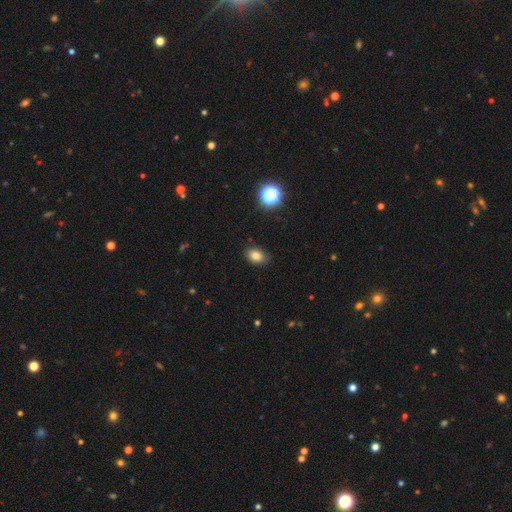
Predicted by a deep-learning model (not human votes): Overall: smooth (81%). How rounded: in between (80%). Merging: none (86%).